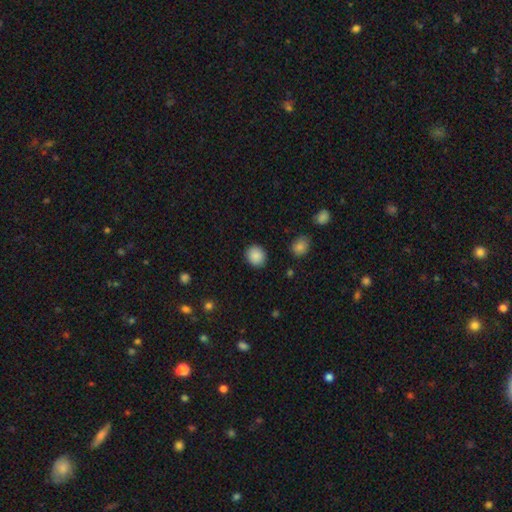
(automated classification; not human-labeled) This is clearly a smooth galaxy (88%). How rounded: clearly round (82%). Merging: clearly none (90%).